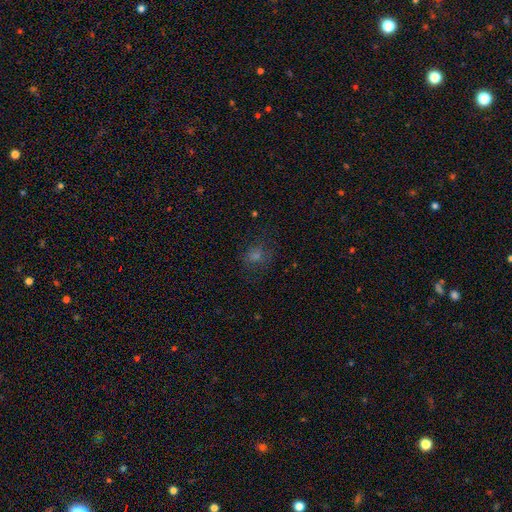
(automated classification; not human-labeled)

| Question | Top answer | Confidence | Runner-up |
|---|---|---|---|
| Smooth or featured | smooth | 53% | star or artifact (30%) |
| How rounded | round | 71% | in between (28%) |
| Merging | none | 73% | minor disturbance (16%) |